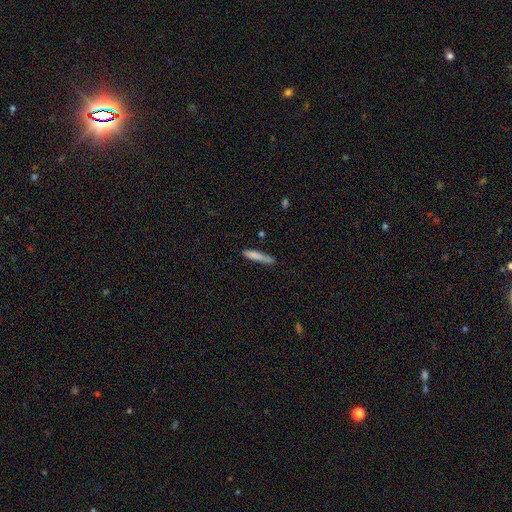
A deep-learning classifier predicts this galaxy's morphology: smooth 78%, featured or disk 15%, star or artifact 6%. Down the decision tree: how rounded — cigar-shaped (90%); merging — none (70%).